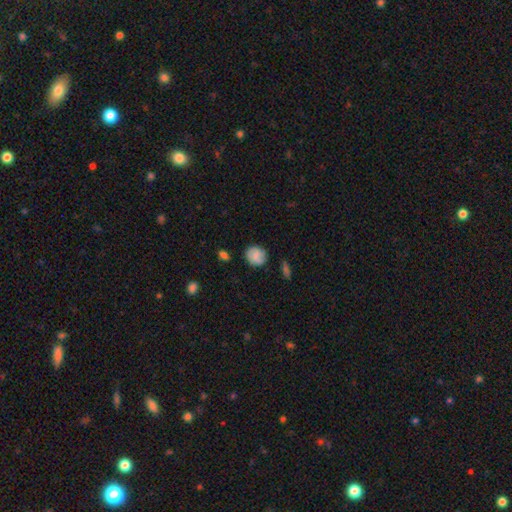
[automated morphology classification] Smooth or featured: smooth — 66% (featured or disk — 25%)
How rounded: round — 74% (in between — 25%)
Merging: none — 76% (minor disturbance — 17%)